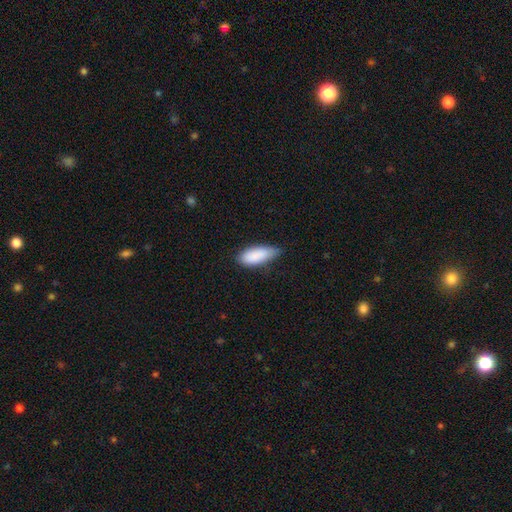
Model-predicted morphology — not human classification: A smooth galaxy with no disk features (88%) that is in between round and cigar-shaped (79%).

Vote fractions:
- Smooth or featured? smooth: 88% / star or artifact: 6% / featured or disk: 6%
- How rounded? in between: 79% / cigar-shaped: 19% / round: 2%
- Merging? none: 57% / minor disturbance: 36% / major disturbance: 5% / merger: 2%